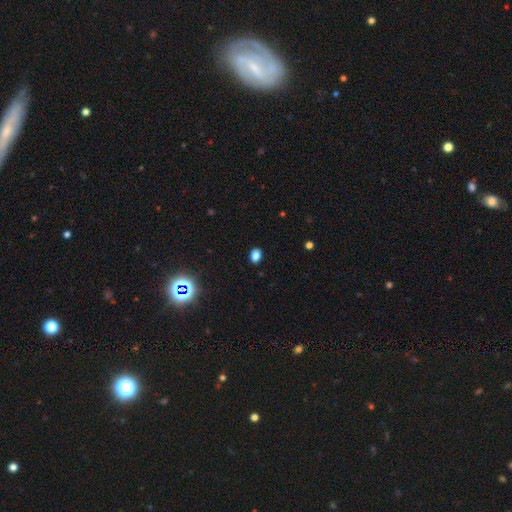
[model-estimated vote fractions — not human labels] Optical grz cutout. It shows a smooth galaxy with no disk features (80%) that is in between round and cigar-shaped (70%). Merging: none (88%).